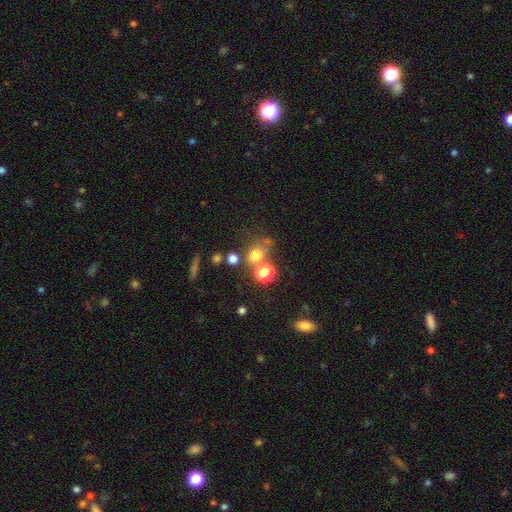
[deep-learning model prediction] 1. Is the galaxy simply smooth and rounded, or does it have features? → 66% smooth, 23% star or artifact, 11% featured or disk.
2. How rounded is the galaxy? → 71% round, 28% in between, 1% cigar-shaped.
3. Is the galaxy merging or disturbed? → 58% none, 24% merger, 12% minor disturbance, 7% major disturbance.